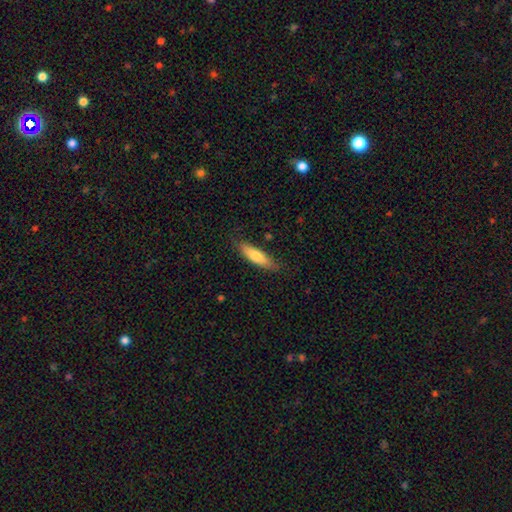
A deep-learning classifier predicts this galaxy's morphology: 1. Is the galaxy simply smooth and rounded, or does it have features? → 75% smooth, 20% featured or disk, 6% star or artifact.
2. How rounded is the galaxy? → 64% cigar-shaped, 34% in between, 2% round.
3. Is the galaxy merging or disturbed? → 82% none, 14% minor disturbance, 3% major disturbance, 1% merger.